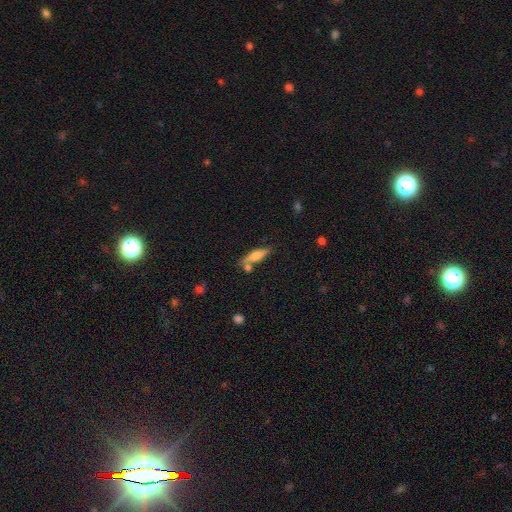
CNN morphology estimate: smooth_or_featured: smooth (p=0.64) [alt: featured or disk p=0.29]
how_rounded: cigar-shaped (p=0.61) [alt: in between p=0.36]
merging: none (p=0.65) [alt: minor disturbance p=0.16]